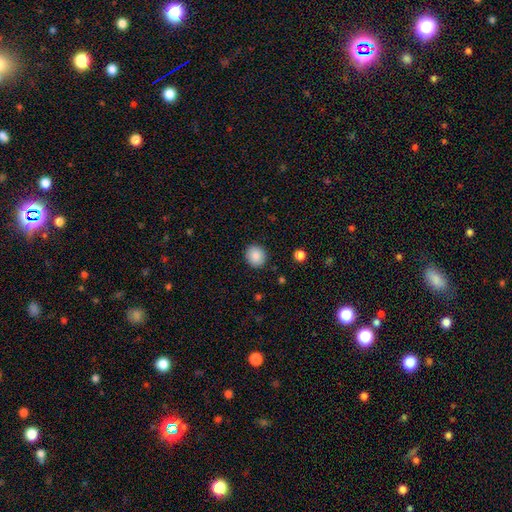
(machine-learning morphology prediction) type=smooth (88%); roundness=round (82%); merging=none (90%).